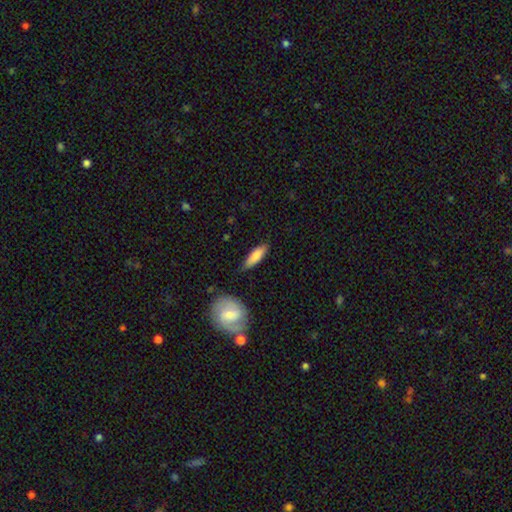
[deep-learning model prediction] Smooth or featured?
  - smooth: 78% *
  - featured or disk: 17%
  - star or artifact: 6%
How rounded?
  - in between: 53% *
  - cigar-shaped: 45%
  - round: 2%
Merging?
  - none: 77% *
  - minor disturbance: 17%
  - major disturbance: 3%
  - merger: 3%